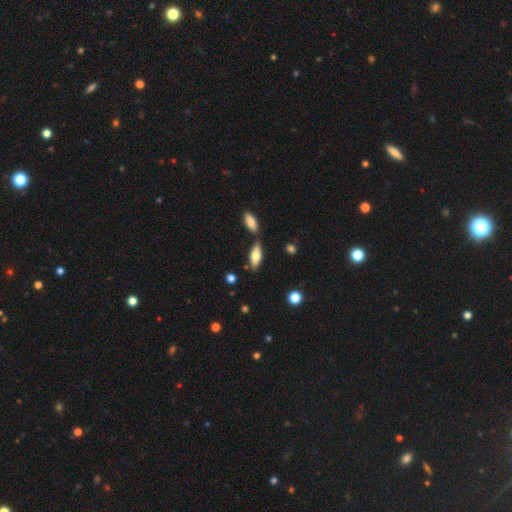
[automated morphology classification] A smooth galaxy with no disk features (68%) that is in between round and cigar-shaped (74%).

Vote fractions:
- Smooth or featured? smooth: 68% / featured or disk: 26% / star or artifact: 6%
- How rounded? in between: 74% / cigar-shaped: 24% / round: 2%
- Merging? none: 74% / minor disturbance: 13% / merger: 11% / major disturbance: 3%